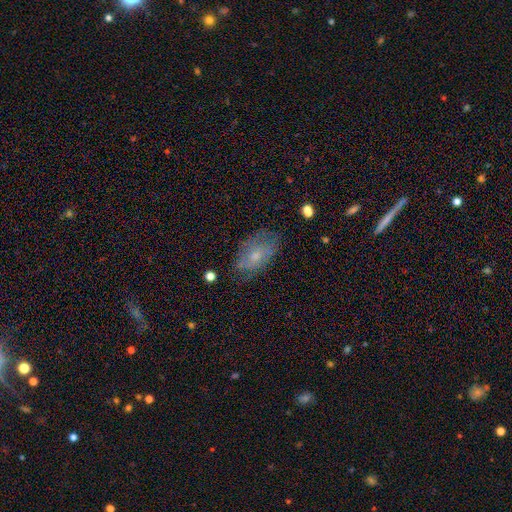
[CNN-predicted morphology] smooth 49%, featured or disk 42%, star or artifact 9%. Down the decision tree: merging — none (62%).